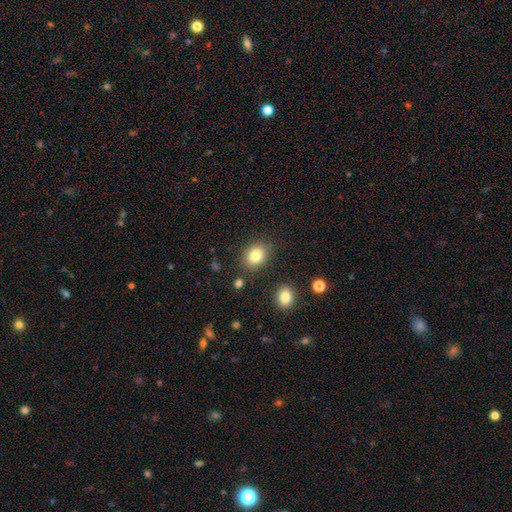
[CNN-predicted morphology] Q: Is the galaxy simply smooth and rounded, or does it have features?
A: smooth — 83%.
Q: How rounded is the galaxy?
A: in between — 52%.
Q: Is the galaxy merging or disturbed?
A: none — 83%.